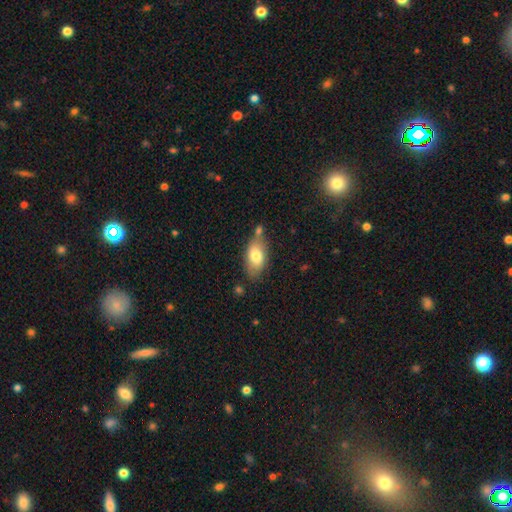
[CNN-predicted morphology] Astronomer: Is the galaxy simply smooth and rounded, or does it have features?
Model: smooth — 77%.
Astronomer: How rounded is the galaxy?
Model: in between — 91%.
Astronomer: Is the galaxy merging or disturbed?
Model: none — 66%.